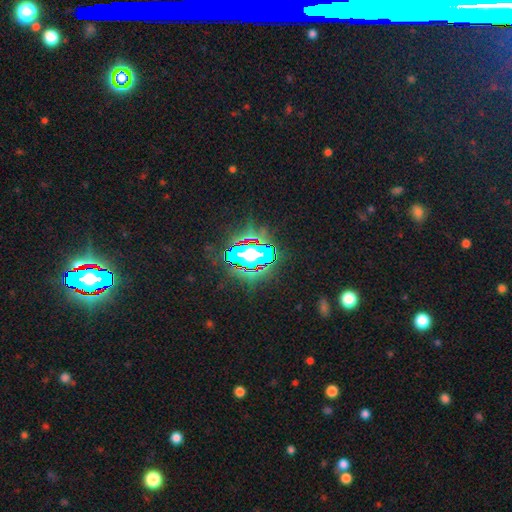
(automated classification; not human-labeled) smooth-or-featured: star or artifact: 63% | smooth: 21% | featured or disk: 16%